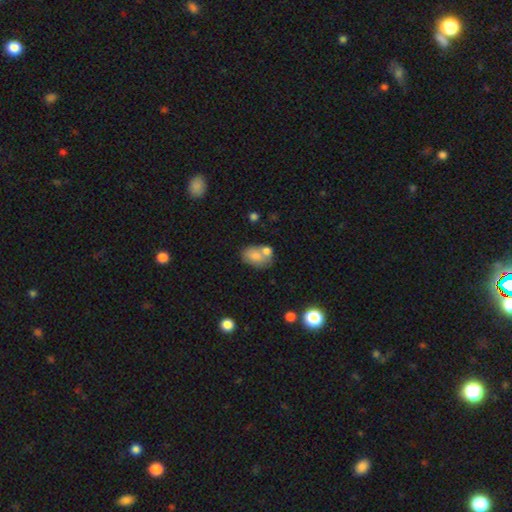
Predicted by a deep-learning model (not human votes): Smooth or featured? Predicted: smooth (p=0.74). How rounded? Predicted: in between (p=0.81). Merging? Predicted: none (p=0.41).